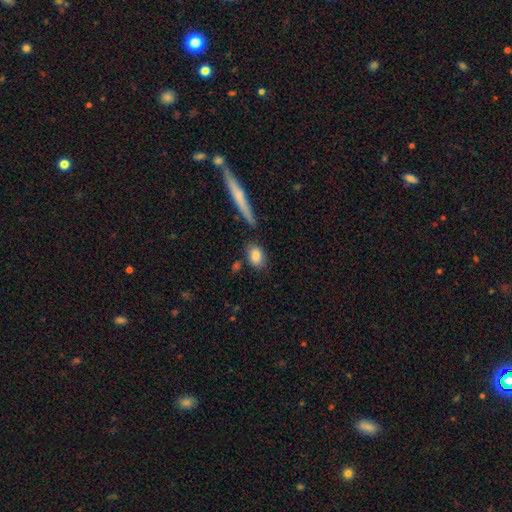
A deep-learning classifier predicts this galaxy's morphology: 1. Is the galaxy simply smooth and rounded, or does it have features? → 85% smooth, 9% featured or disk, 7% star or artifact.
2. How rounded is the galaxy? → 75% in between, 20% round, 6% cigar-shaped.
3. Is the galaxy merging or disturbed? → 72% none, 16% minor disturbance, 8% merger, 5% major disturbance.